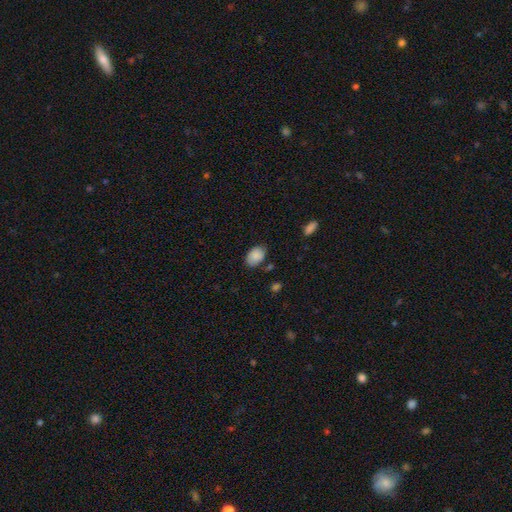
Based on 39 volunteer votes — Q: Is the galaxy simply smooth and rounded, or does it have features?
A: smooth — 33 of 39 (85%).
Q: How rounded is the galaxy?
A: in between — 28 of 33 (85%).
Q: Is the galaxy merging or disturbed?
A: none — 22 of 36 (61%).